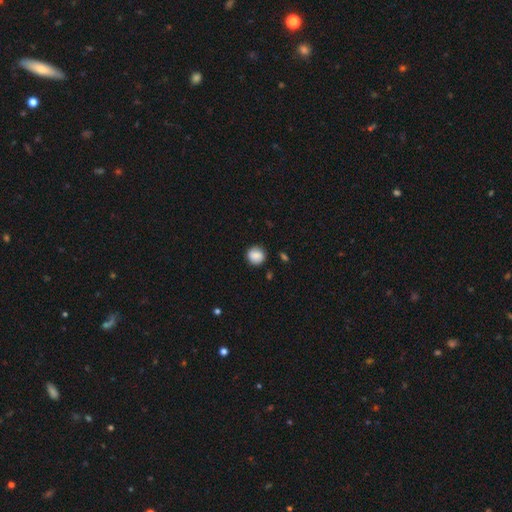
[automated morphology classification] smooth 84%, star or artifact 8%, featured or disk 8%. Down the decision tree: how rounded — round (88%); merging — none (84%).